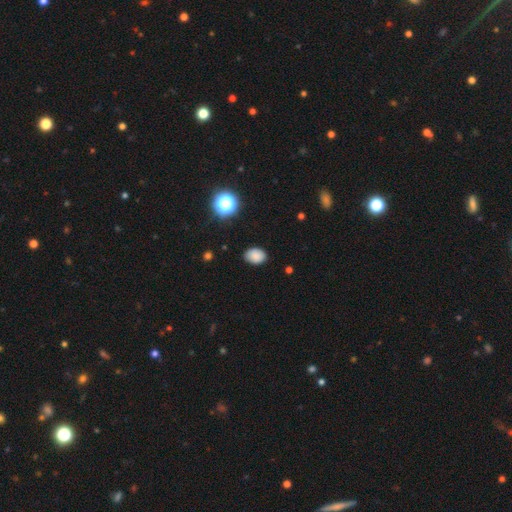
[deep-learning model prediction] Q: Smooth or featured?
A: smooth (85%); runner-up: star or artifact (11%)
Q: How rounded?
A: in between (73%); runner-up: round (26%)
Q: Merging?
A: none (84%); runner-up: minor disturbance (12%)